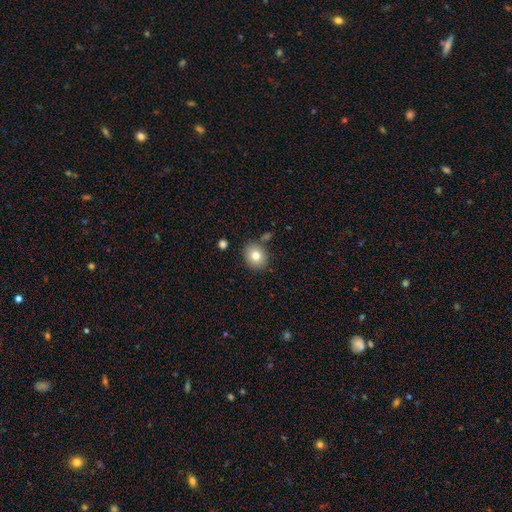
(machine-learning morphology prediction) This appears to be a smooth galaxy with no disk features (79%) that is round (67%). Merging: none (82%).